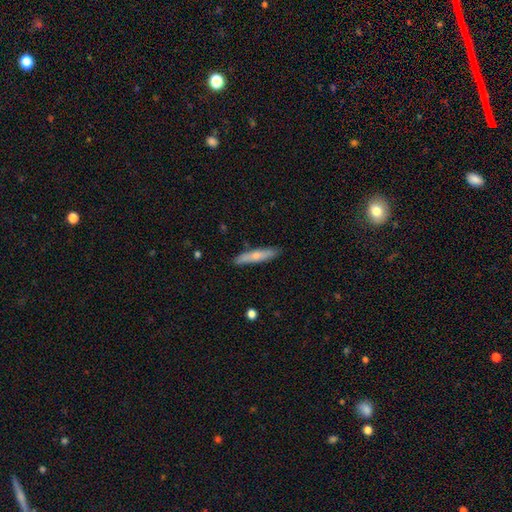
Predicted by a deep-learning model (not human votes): Smooth or featured?
  - smooth: 63% *
  - featured or disk: 31%
  - star or artifact: 6%
How rounded?
  - cigar-shaped: 88% *
  - in between: 11%
  - round: 2%
Merging?
  - none: 86% *
  - minor disturbance: 10%
  - major disturbance: 2%
  - merger: 2%